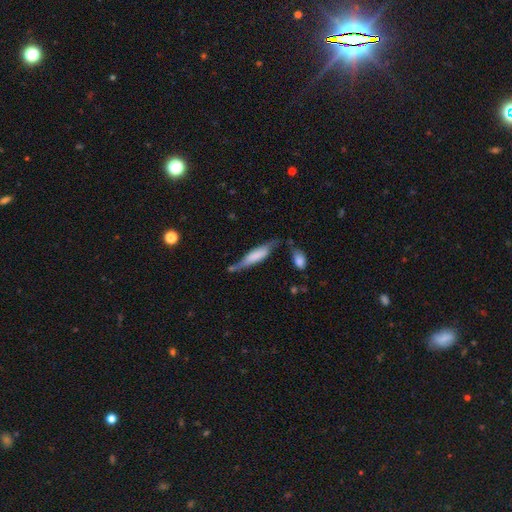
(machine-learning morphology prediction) Q: Smooth or featured?
A: smooth (50%); runner-up: featured or disk (44%)
Q: Merging?
A: none (45%); runner-up: minor disturbance (29%)